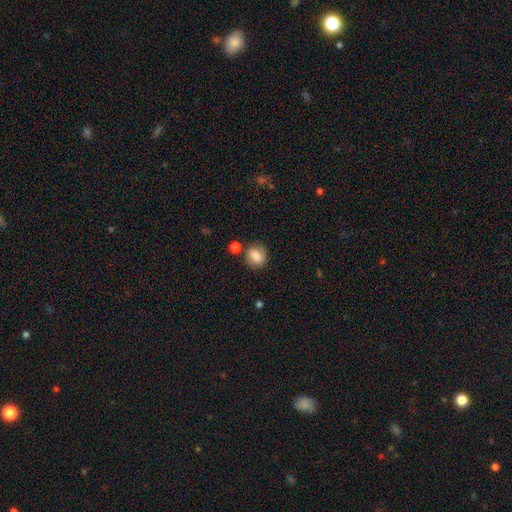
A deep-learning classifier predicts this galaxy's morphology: Q: Smooth or featured?
A: smooth (76%); runner-up: featured or disk (15%)
Q: How rounded?
A: round (50%); runner-up: in between (48%)
Q: Merging?
A: none (70%); runner-up: minor disturbance (16%)